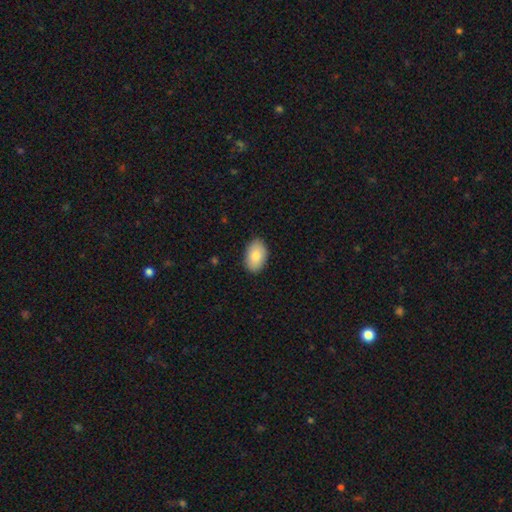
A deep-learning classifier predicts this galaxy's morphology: smooth-or-featured: smooth: 83% | featured or disk: 10% | star or artifact: 6%
  how-rounded: in between: 91% | round: 8% | cigar-shaped: 1%
  merging: none: 87% | minor disturbance: 10% | major disturbance: 2% | merger: 1%